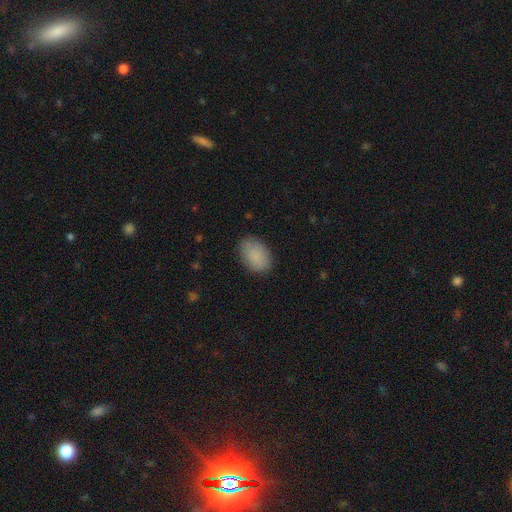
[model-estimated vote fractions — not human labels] This is clearly a smooth galaxy (88%). How rounded: clearly in between (87%). Merging: clearly none (84%).